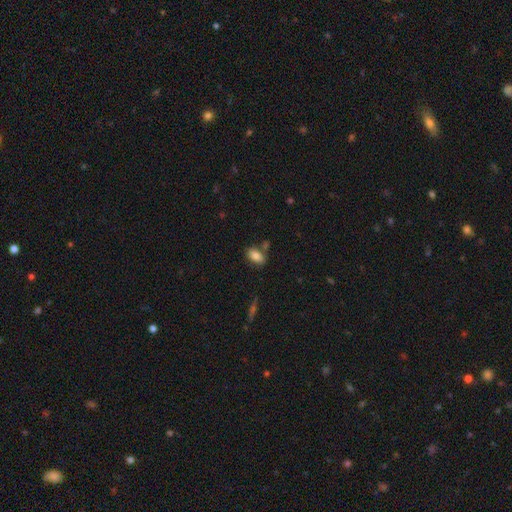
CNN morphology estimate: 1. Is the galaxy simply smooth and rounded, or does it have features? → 83% smooth, 9% featured or disk, 8% star or artifact.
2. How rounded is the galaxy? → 90% in between, 7% round, 3% cigar-shaped.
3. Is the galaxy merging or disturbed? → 71% none, 14% minor disturbance, 12% merger, 4% major disturbance.